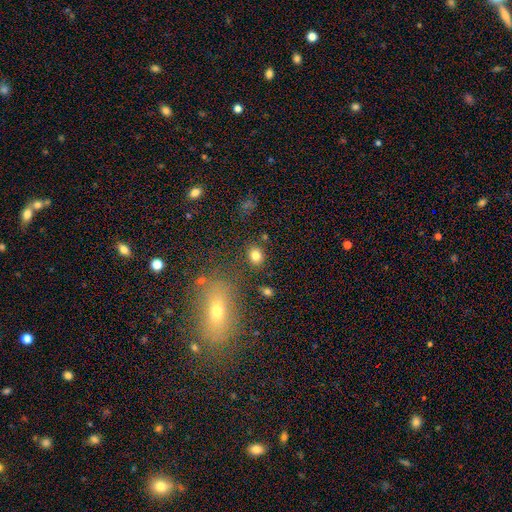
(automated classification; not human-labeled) Smooth or featured: smooth — 81% (star or artifact — 12%)
How rounded: round — 65% (in between — 34%)
Merging: none — 82% (minor disturbance — 9%)